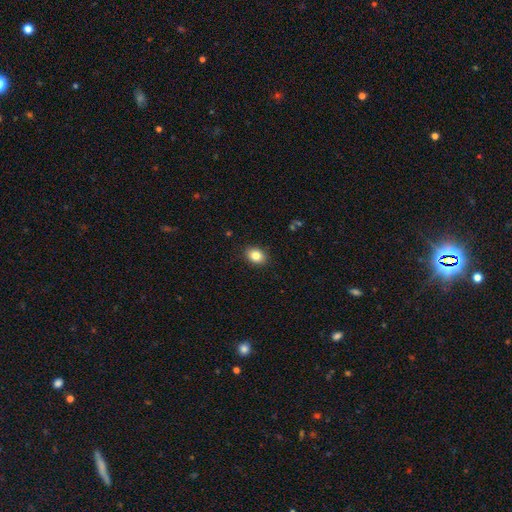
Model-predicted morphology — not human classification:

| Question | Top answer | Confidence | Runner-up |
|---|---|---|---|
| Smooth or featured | smooth | 84% | star or artifact (9%) |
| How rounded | in between | 65% | round (34%) |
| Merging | none | 89% | minor disturbance (8%) |